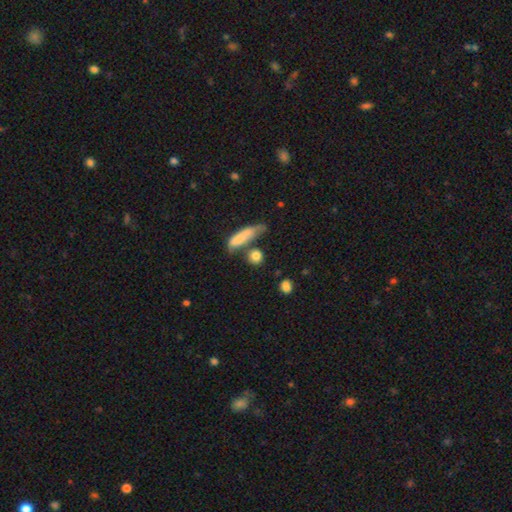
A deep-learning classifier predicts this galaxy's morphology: This appears to be a smooth galaxy with no disk features (82%) that is round (66%). Merging: none (62%).